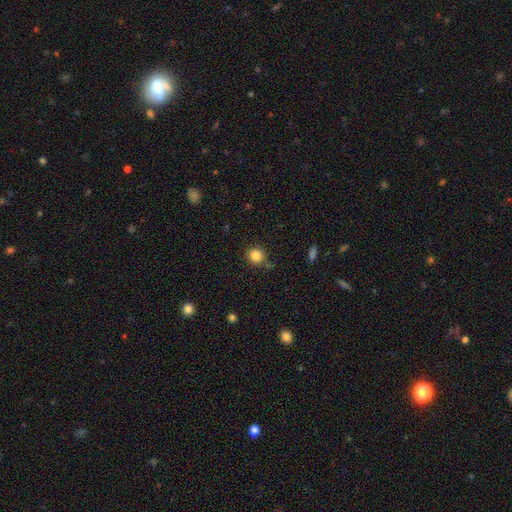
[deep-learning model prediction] Smooth or featured? Predicted: smooth (p=0.84). How rounded? Predicted: round (p=0.89). Merging? Predicted: none (p=0.79).